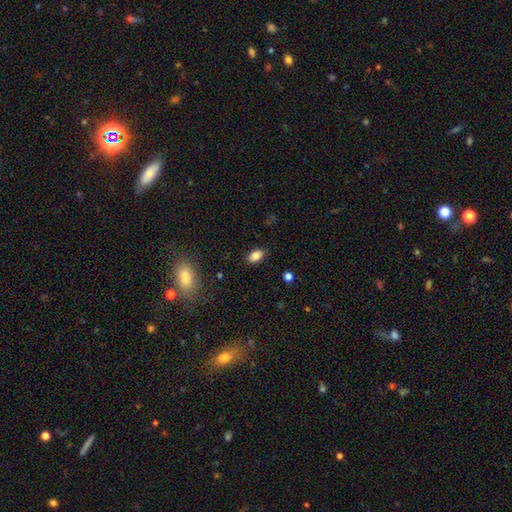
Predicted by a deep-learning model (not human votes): The model was most divided on "smooth or featured": smooth: 83%, star or artifact: 9%, featured or disk: 8%. More confident: how rounded — in between (88%); merging — none (86%).